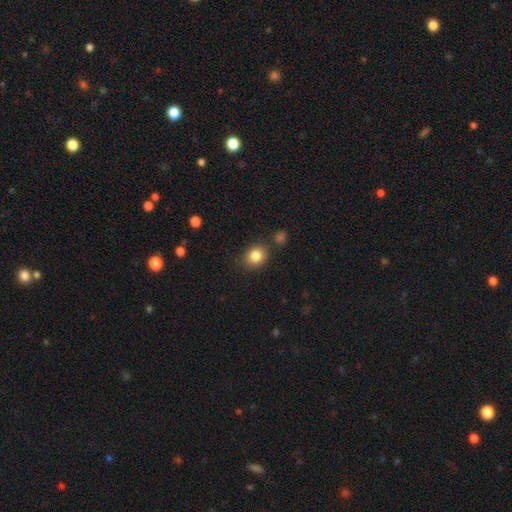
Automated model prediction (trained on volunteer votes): A smooth galaxy with no disk features (84%) that is round (66%). Merging: none (78%).